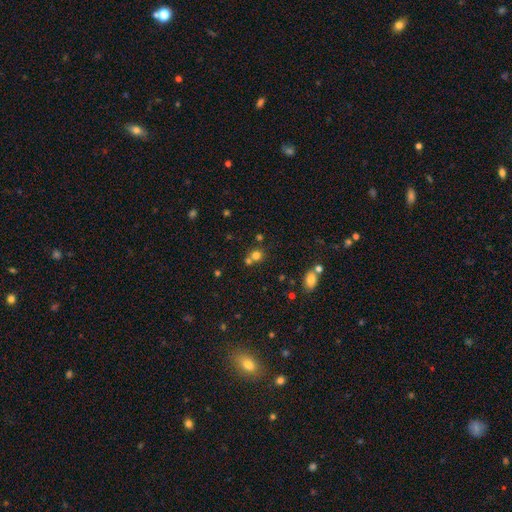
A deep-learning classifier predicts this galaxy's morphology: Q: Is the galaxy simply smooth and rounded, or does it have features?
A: smooth — 72%.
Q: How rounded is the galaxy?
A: round — 85%.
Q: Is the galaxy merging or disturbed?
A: none — 54%.